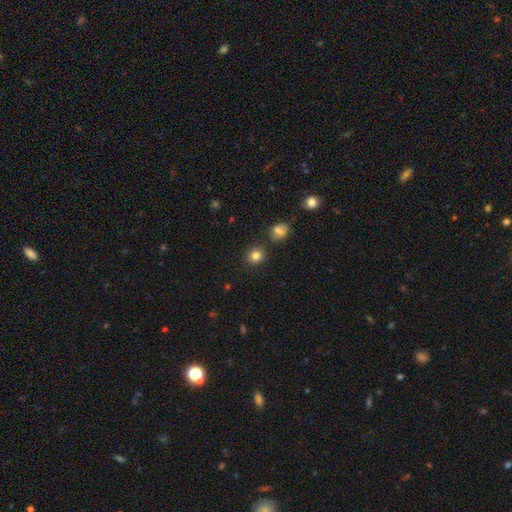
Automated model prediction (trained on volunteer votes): Q: Smooth or featured?
A: smooth (82%); runner-up: star or artifact (12%)
Q: How rounded?
A: round (84%); runner-up: in between (15%)
Q: Merging?
A: none (85%); runner-up: minor disturbance (8%)